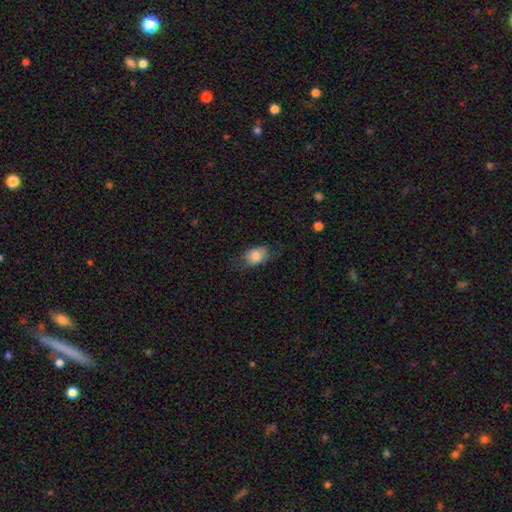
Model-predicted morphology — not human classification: smooth-or-featured: smooth: 81% | featured or disk: 11% | star or artifact: 8%
  how-rounded: in between: 80% | round: 19% | cigar-shaped: 2%
  merging: none: 61% | minor disturbance: 25% | major disturbance: 13% | merger: 1%